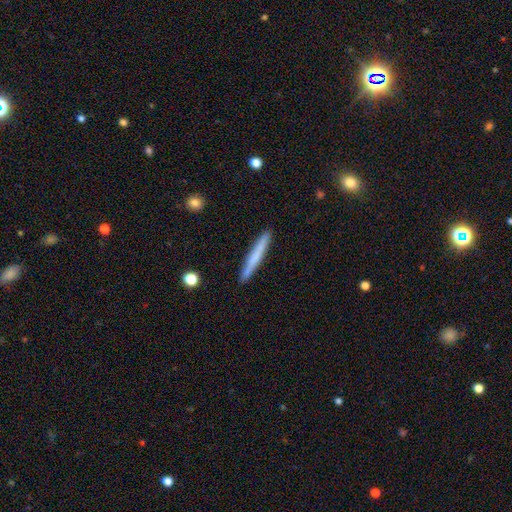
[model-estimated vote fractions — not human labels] Overall: smooth (65%; featured or disk 29%). How rounded: cigar-shaped (96%). Merging: none (90%).